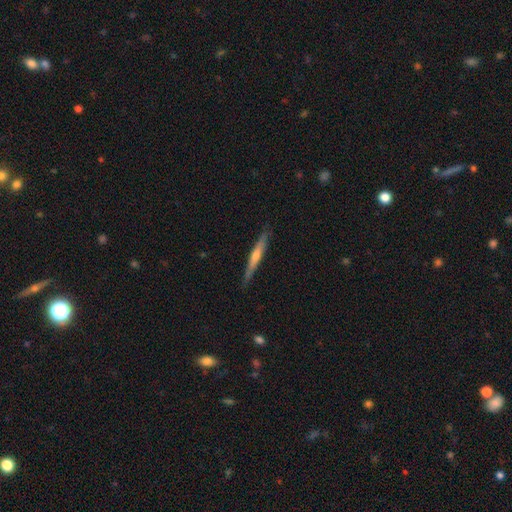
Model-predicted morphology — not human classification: Smooth or featured? Predicted: featured or disk (p=0.58). Edge-on disk? Predicted: yes (p=0.96). Edge-on bulge? Predicted: rounded (p=0.61). Merging? Predicted: none (p=0.86).